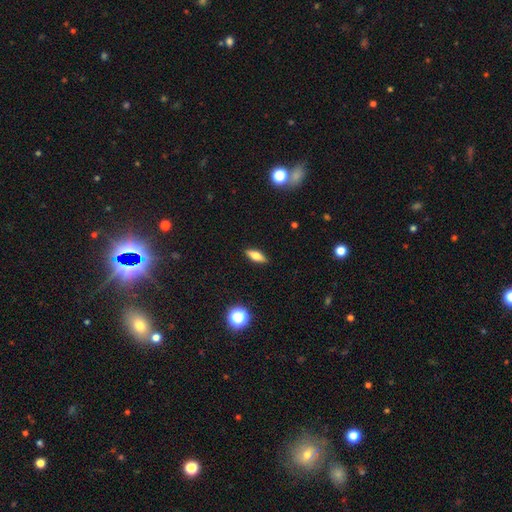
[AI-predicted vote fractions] smooth_or_featured: smooth (p=0.58) [alt: featured or disk p=0.33]
how_rounded: in between (p=0.59) [alt: cigar-shaped p=0.37]
merging: none (p=0.90) [alt: minor disturbance p=0.08]